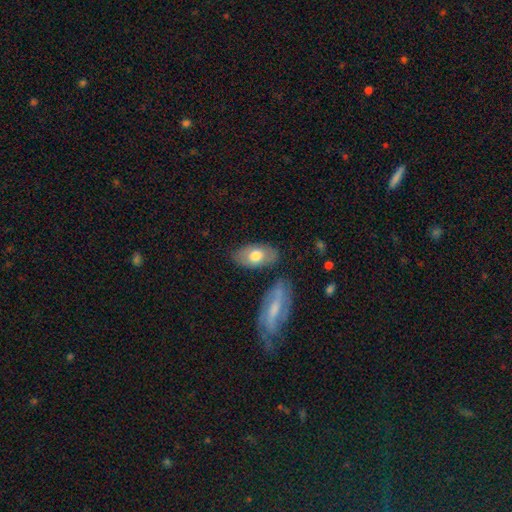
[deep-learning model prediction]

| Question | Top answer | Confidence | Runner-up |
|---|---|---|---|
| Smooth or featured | smooth | 65% | featured or disk (30%) |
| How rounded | in between | 92% | round (4%) |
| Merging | none | 73% | minor disturbance (16%) |